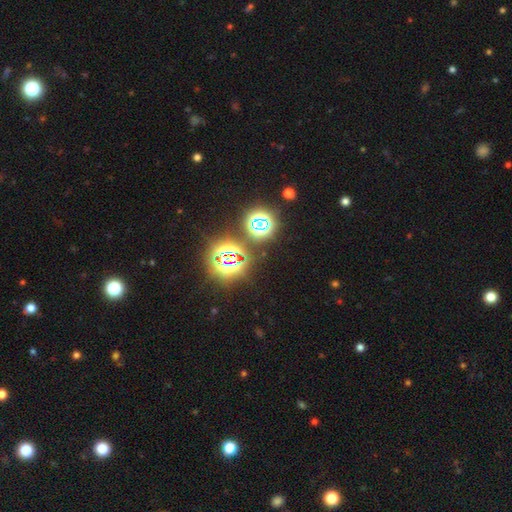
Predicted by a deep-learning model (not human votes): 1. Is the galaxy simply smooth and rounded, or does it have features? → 80% star or artifact, 13% smooth, 6% featured or disk.